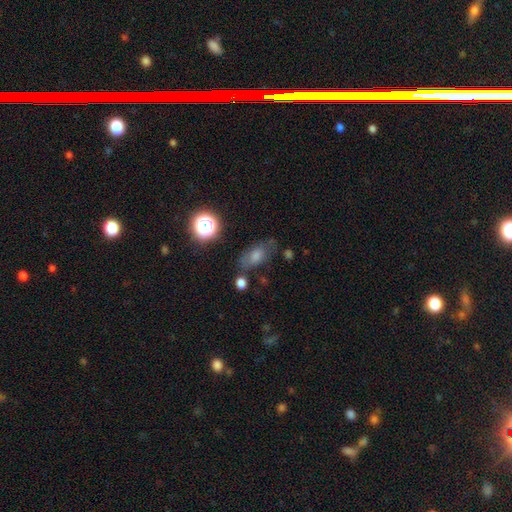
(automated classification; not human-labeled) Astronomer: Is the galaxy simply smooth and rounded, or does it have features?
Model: smooth — 53%.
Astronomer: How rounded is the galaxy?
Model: in between — 77%.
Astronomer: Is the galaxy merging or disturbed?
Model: none — 69%.